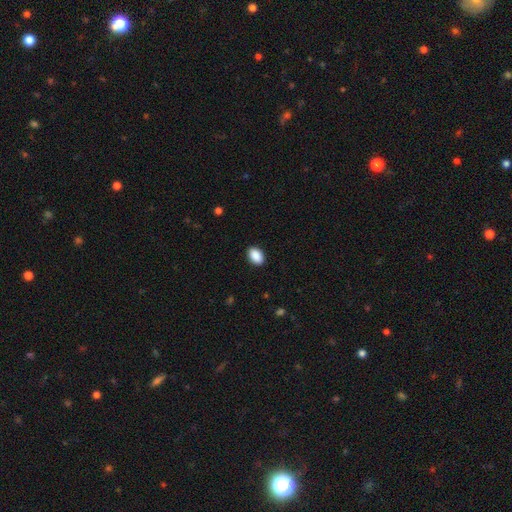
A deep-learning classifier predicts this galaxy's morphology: The model was most divided on "how rounded": in between: 89%, round: 9%, cigar-shaped: 1%. More confident: smooth or featured — smooth (90%); merging — none (90%).